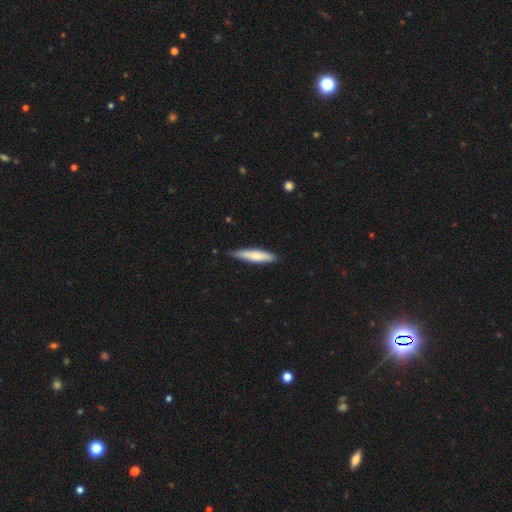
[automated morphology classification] A smooth galaxy with no disk features (71%) that is cigar-shaped (84%). Merging: none (78%).